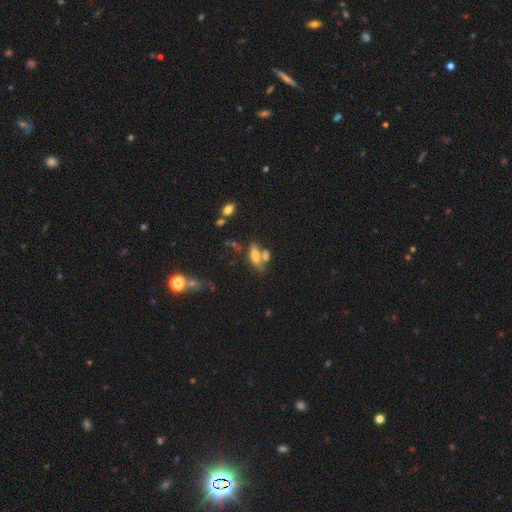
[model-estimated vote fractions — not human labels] This is possibly a smooth galaxy (57%). How rounded: likely in between (63%). Merging: marginally none (43%).